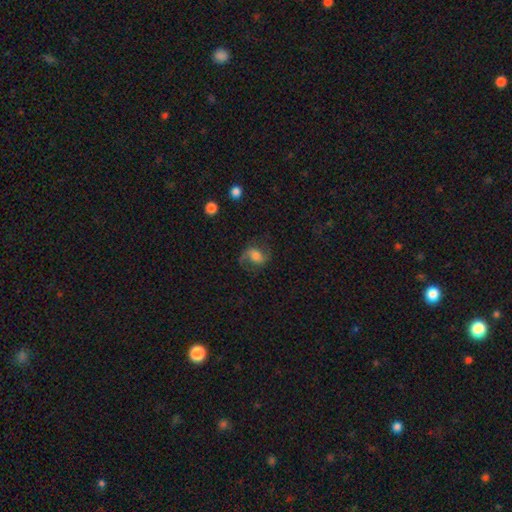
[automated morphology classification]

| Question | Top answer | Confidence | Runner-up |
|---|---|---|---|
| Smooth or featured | featured or disk | 59% | smooth (31%) |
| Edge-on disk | no | 96% | yes (4%) |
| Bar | weak | 41% | no (40%) |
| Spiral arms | yes | 90% | no (10%) |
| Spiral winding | loose | 49% | medium (41%) |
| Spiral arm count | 2 | 79% | 1 (14%) |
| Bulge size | moderate | 54% | small (22%) |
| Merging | none | 64% | minor disturbance (19%) |